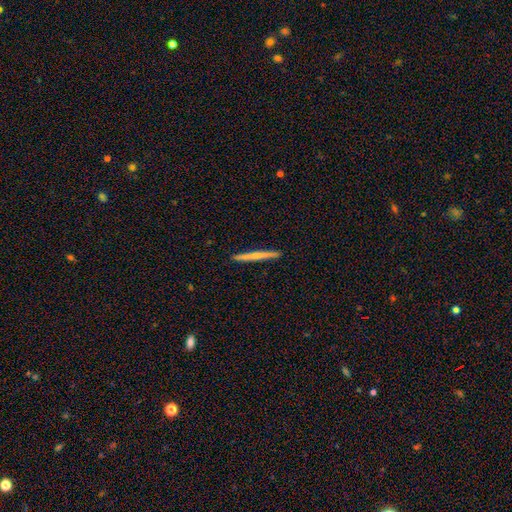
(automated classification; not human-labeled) Smooth or featured?
  - smooth: 52% *
  - featured or disk: 42%
  - star or artifact: 5%
How rounded?
  - cigar-shaped: 97% *
  - in between: 2%
  - round: 1%
Merging?
  - none: 92% *
  - minor disturbance: 5%
  - major disturbance: 1%
  - merger: 1%